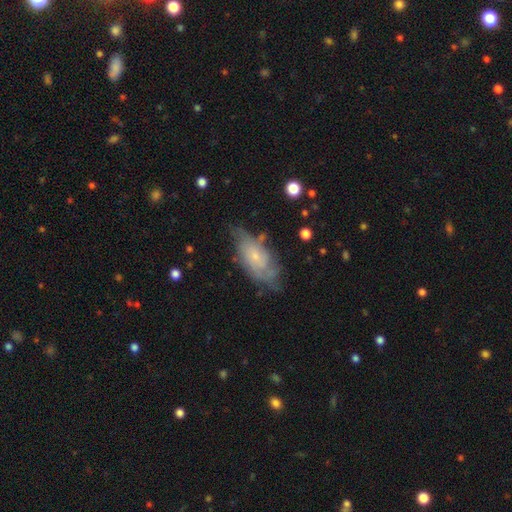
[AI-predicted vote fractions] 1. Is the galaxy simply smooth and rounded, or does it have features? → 61% featured or disk, 31% smooth, 7% star or artifact.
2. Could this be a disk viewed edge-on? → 91% no, 9% yes.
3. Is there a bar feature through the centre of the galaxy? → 77% no, 20% weak, 3% strong.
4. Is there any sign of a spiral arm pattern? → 79% yes, 21% no.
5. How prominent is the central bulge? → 74% small, 18% moderate, 5% none, 2% large, 1% dominant.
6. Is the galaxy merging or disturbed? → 58% none, 28% minor disturbance, 12% major disturbance, 3% merger.